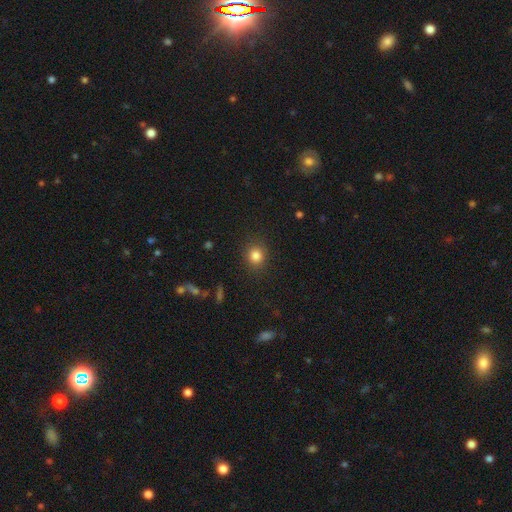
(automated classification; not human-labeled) A smooth galaxy with no disk features (83%) that is round (81%).

Vote fractions:
- Smooth or featured? smooth: 83% / star or artifact: 12% / featured or disk: 5%
- How rounded? round: 81% / in between: 18% / cigar-shaped: 1%
- Merging? none: 87% / minor disturbance: 9% / major disturbance: 3% / merger: 1%